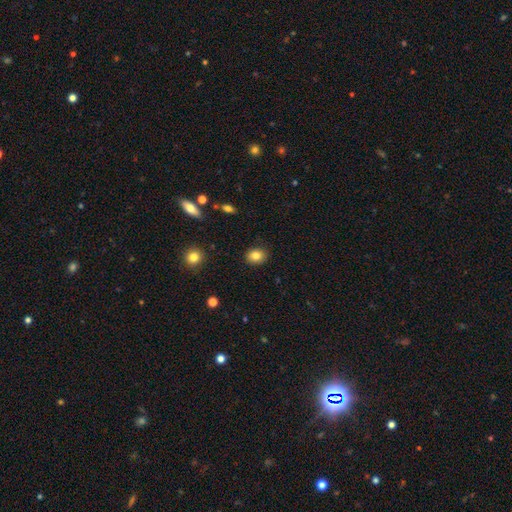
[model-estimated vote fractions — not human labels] Overall: smooth (83%). How rounded: round (53%; in between 46%). Merging: none (89%).